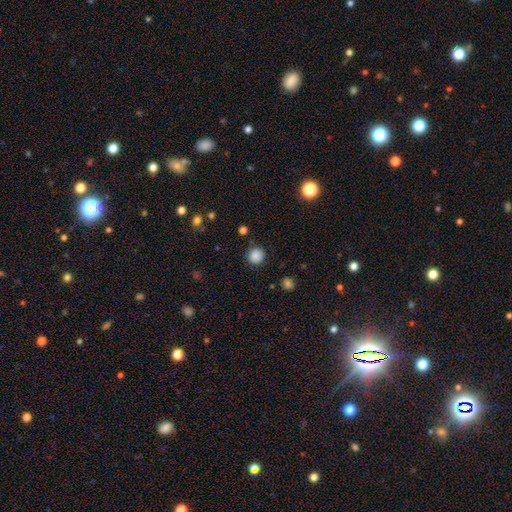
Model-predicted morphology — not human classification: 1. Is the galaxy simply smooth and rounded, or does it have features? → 85% smooth, 11% star or artifact, 4% featured or disk.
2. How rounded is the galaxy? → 93% round, 6% in between, 1% cigar-shaped.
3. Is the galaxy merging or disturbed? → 87% none, 9% minor disturbance, 3% major disturbance, 2% merger.